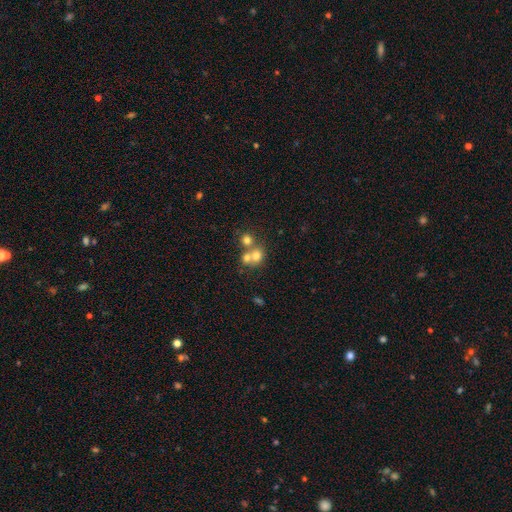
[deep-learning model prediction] Smooth or featured?
  - smooth: 68% *
  - featured or disk: 18%
  - star or artifact: 14%
How rounded?
  - round: 78% *
  - in between: 21%
  - cigar-shaped: 1%
Merging?
  - merger: 52% *
  - none: 38%
  - minor disturbance: 6%
  - major disturbance: 4%